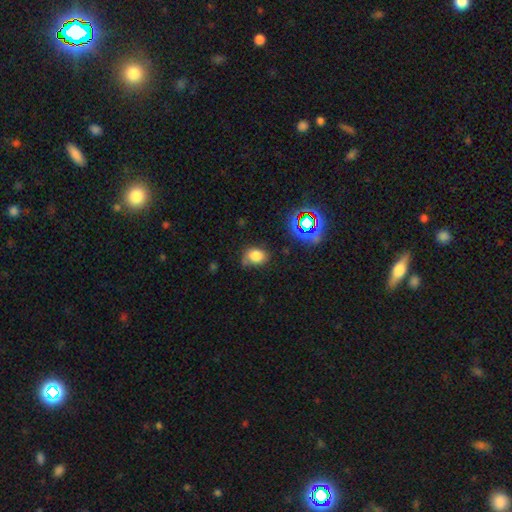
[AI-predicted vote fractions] Smooth or featured?
  - smooth: 75% *
  - star or artifact: 15%
  - featured or disk: 10%
How rounded?
  - in between: 60% *
  - round: 39%
  - cigar-shaped: 1%
Merging?
  - none: 54% *
  - minor disturbance: 32%
  - major disturbance: 10%
  - merger: 4%